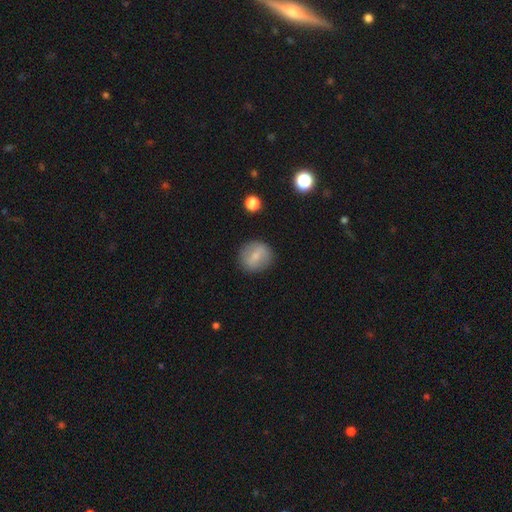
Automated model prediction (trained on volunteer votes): This appears to be a smooth galaxy with no disk features (68%) that is round (78%). Merging: none (86%).